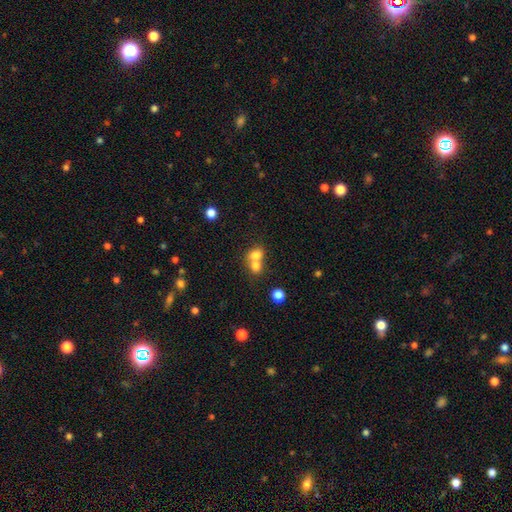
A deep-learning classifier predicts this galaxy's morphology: Smooth or featured? Predicted: smooth (p=0.75). How rounded? Predicted: round (p=0.61). Merging? Predicted: merger (p=0.66).